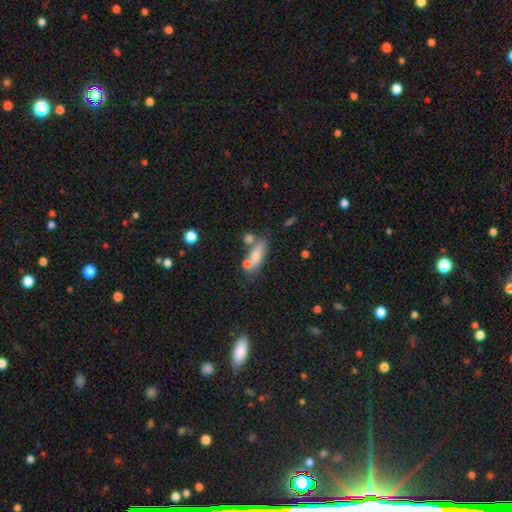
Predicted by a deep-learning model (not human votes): This is likely a smooth galaxy (71%). How rounded: likely in between (66%). Merging: marginally none (44%).